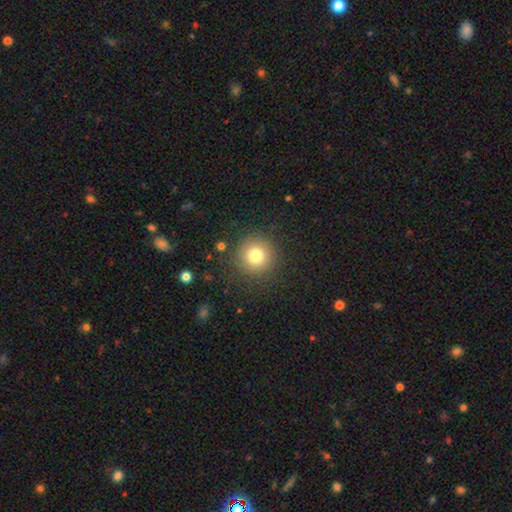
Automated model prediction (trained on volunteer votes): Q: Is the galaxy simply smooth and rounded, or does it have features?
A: smooth — 78%.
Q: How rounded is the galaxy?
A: round — 95%.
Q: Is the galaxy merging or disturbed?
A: none — 88%.